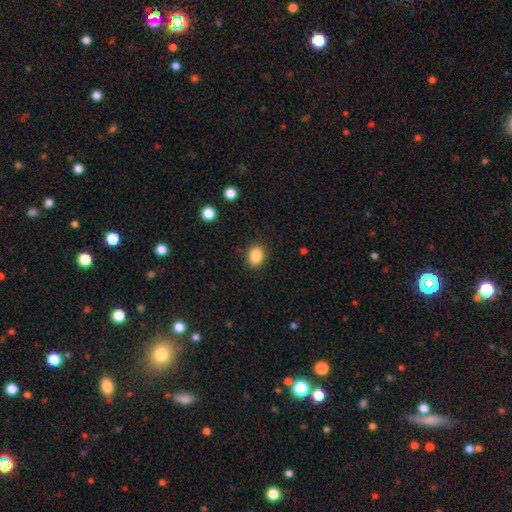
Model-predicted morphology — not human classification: This appears to be a smooth galaxy with no disk features (87%) that is in between round and cigar-shaped (59%). Merging: none (88%).